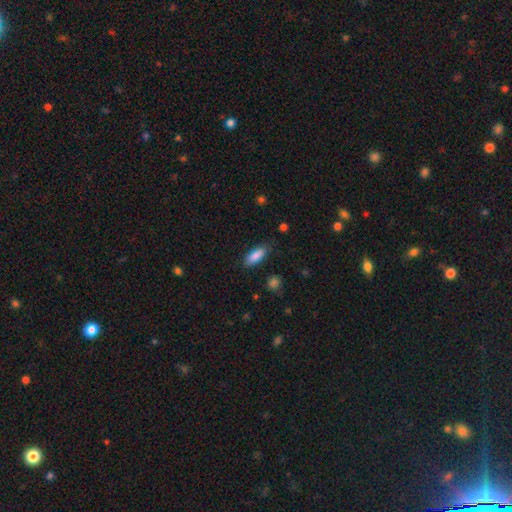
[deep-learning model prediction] Smooth or featured?
  - smooth: 85% *
  - featured or disk: 8%
  - star or artifact: 7%
How rounded?
  - in between: 72% *
  - cigar-shaped: 26%
  - round: 2%
Merging?
  - none: 81% *
  - minor disturbance: 14%
  - major disturbance: 3%
  - merger: 1%